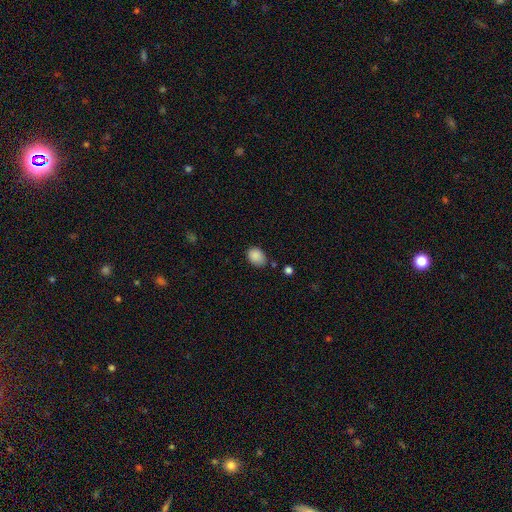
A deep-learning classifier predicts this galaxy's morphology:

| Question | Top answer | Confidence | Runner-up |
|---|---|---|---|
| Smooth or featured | smooth | 88% | star or artifact (8%) |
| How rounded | in between | 70% | round (29%) |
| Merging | none | 70% | minor disturbance (22%) |